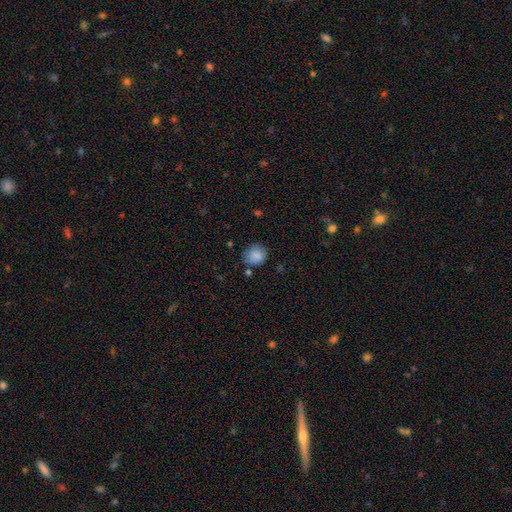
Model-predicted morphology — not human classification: Q: Smooth or featured?
A: smooth (86%); runner-up: star or artifact (8%)
Q: How rounded?
A: round (79%); runner-up: in between (20%)
Q: Merging?
A: none (76%); runner-up: minor disturbance (16%)